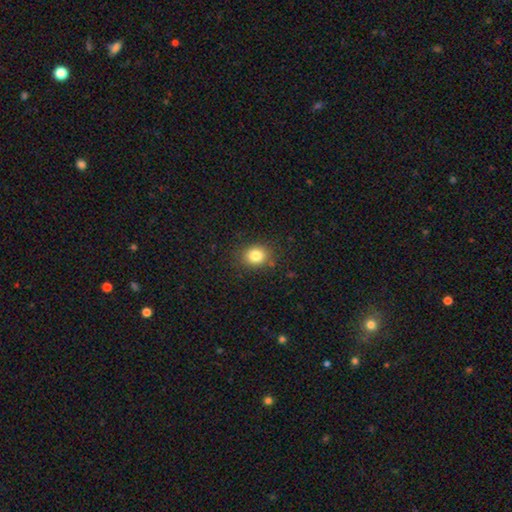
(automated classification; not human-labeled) Morphology: type=smooth (83%); roundness=round (62%); merging=none (85%).